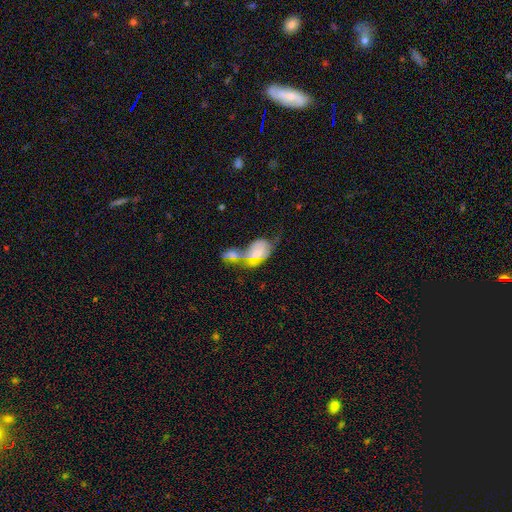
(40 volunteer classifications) This is possibly a smooth galaxy (57%). How rounded: clearly in between (96%). Merging: likely merger (74%).